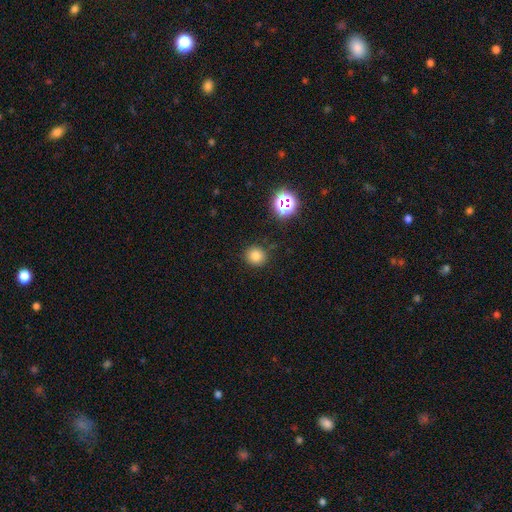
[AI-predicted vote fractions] smooth-or-featured: smooth: 78% | star or artifact: 16% | featured or disk: 6%
  how-rounded: round: 90% | in between: 9% | cigar-shaped: 1%
  merging: none: 88% | minor disturbance: 8% | major disturbance: 3% | merger: 2%